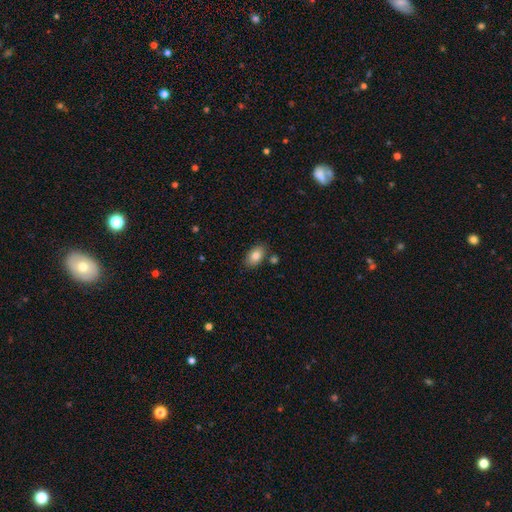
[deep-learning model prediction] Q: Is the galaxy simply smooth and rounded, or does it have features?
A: smooth — 82%.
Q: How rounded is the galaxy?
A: in between — 92%.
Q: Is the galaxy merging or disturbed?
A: none — 80%.